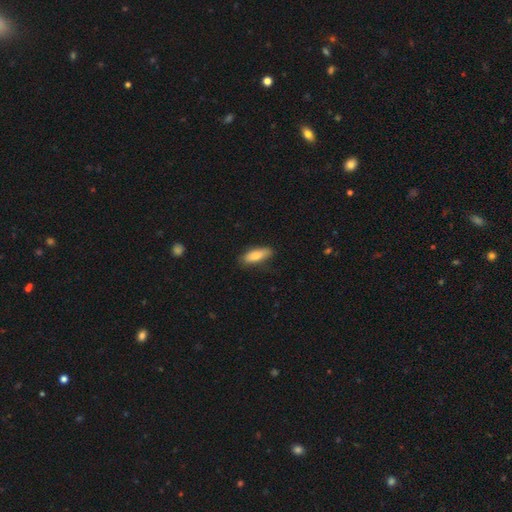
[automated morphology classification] Smooth or featured? Predicted: smooth (p=0.80). How rounded? Predicted: in between (p=0.61). Merging? Predicted: none (p=0.80).